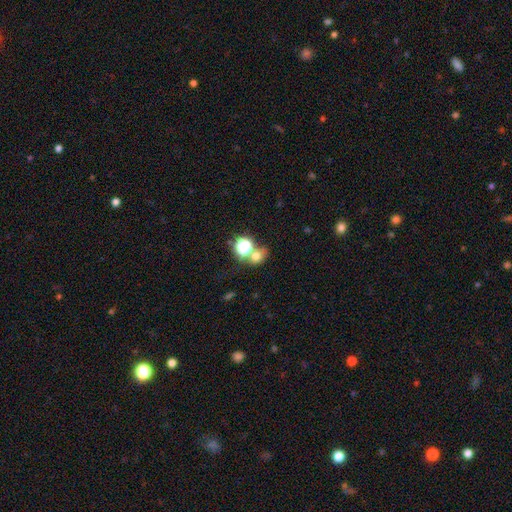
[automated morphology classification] Smooth or featured?
  - smooth: 65% *
  - star or artifact: 25%
  - featured or disk: 10%
How rounded?
  - round: 61% *
  - in between: 38%
  - cigar-shaped: 1%
Merging?
  - none: 53% *
  - merger: 33%
  - minor disturbance: 9%
  - major disturbance: 5%